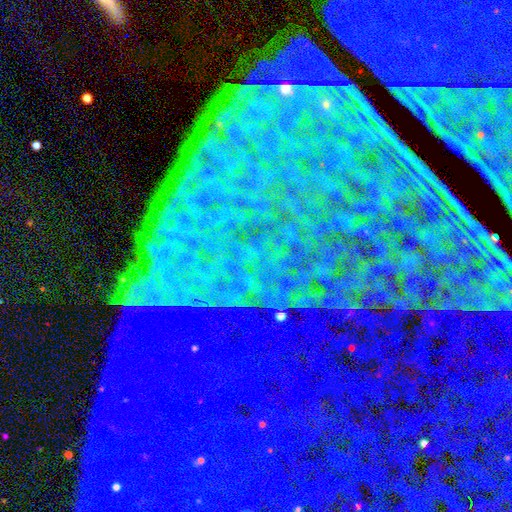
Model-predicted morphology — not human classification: A star or artifact, not a galaxy (85%).

Vote fractions:
- Smooth or featured? star or artifact: 85% / featured or disk: 8% / smooth: 7%